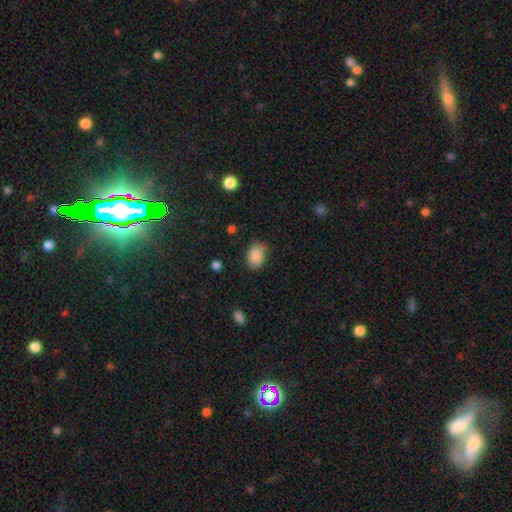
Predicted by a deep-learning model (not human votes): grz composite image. It shows a smooth galaxy with no disk features (88%) that is in between round and cigar-shaped (79%). Merging: none (77%).